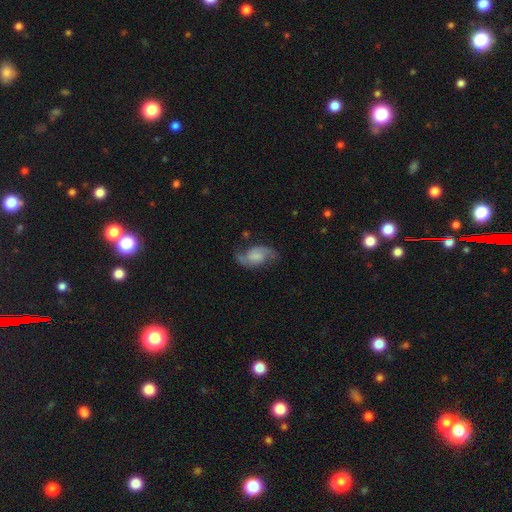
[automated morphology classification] This is likely a featured or disk galaxy (80%). It is clearly not viewed edge-on (97%). Bar: possibly no (51%). Spiral arm pattern: clearly yes (95%). Spiral arm count: clearly 2 (92%). Spiral winding: possibly loose (49%). Central bulge: possibly none (45%). Merging: likely none (69%).